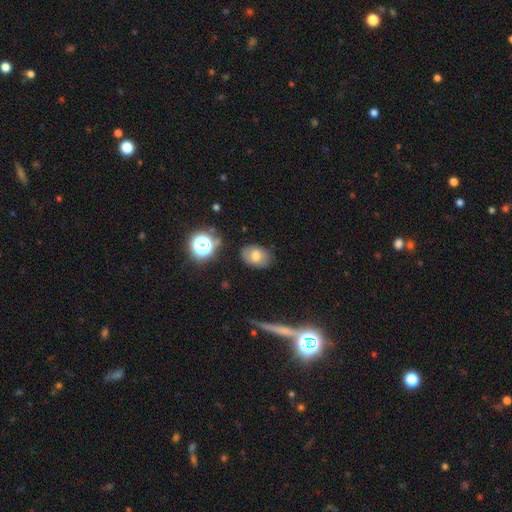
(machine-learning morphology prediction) smooth-or-featured: smooth: 71% | featured or disk: 18% | star or artifact: 12%
  how-rounded: in between: 76% | round: 23% | cigar-shaped: 1%
  merging: none: 78% | minor disturbance: 16% | major disturbance: 4% | merger: 2%